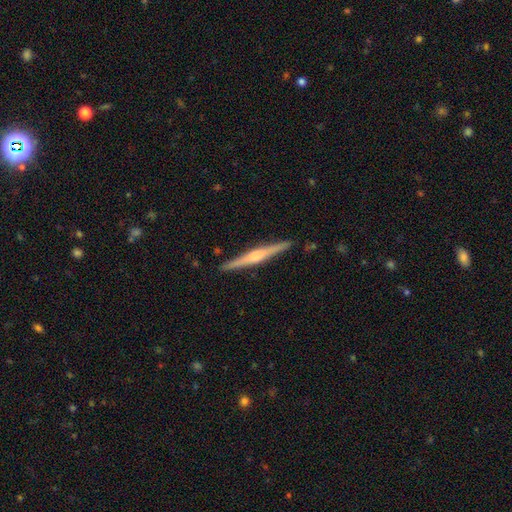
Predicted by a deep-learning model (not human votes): Q: Smooth or featured?
A: featured or disk (75%); runner-up: smooth (20%)
Q: Edge-on disk?
A: yes (98%); runner-up: no (2%)
Q: Edge-on bulge?
A: rounded (70%); runner-up: boxy (19%)
Q: Merging?
A: none (91%); runner-up: minor disturbance (6%)